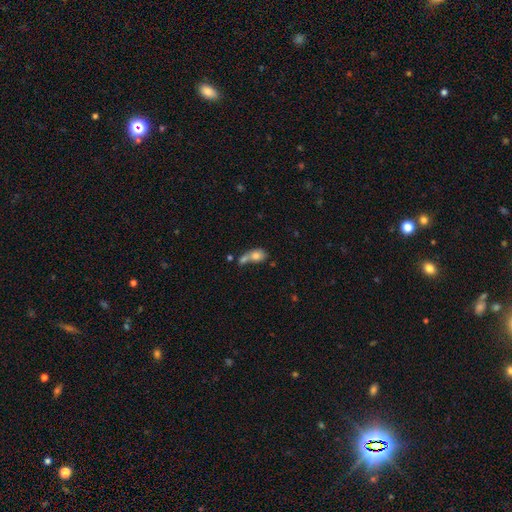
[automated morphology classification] type=smooth (74%); roundness=in between (69%); merging=merger (57%).